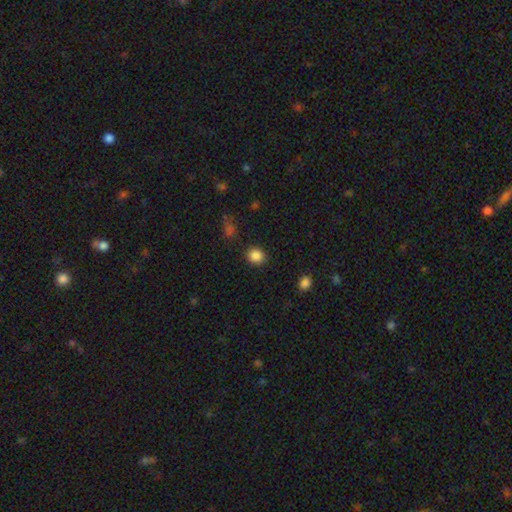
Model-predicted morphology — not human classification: The model was most divided on "how rounded": round: 78%, in between: 21%, cigar-shaped: 1%. More confident: merging — none (87%); smooth or featured — smooth (86%).